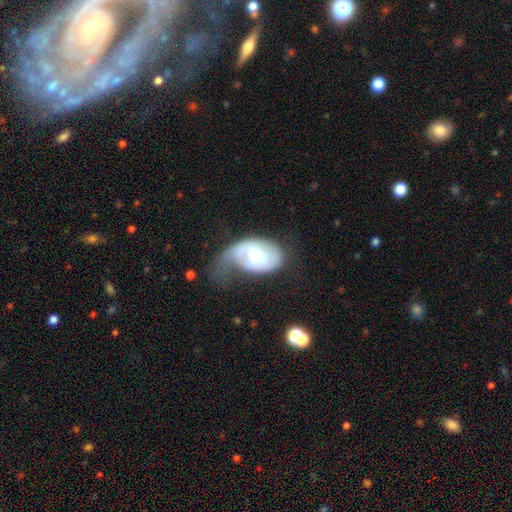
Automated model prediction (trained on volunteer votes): Smooth or featured? Predicted: featured or disk (p=0.53). Edge-on disk? Predicted: no (p=0.96). Bar? Predicted: no (p=0.49). Spiral arms? Predicted: yes (p=0.71). Bulge size? Predicted: moderate (p=0.51). Merging? Predicted: major disturbance (p=0.50).